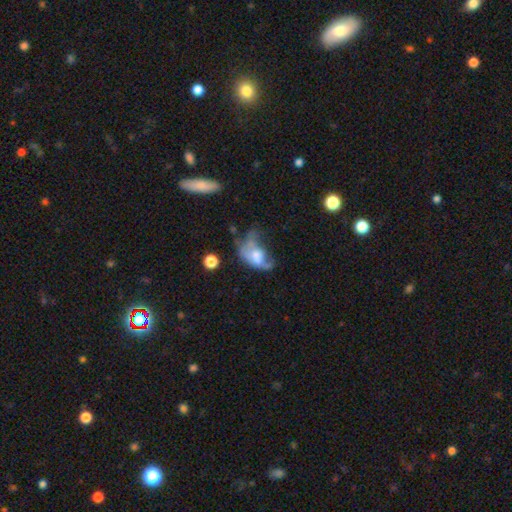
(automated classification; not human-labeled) Smooth or featured: smooth — 46% (featured or disk — 43%)
Merging: major disturbance — 48% (minor disturbance — 18%)